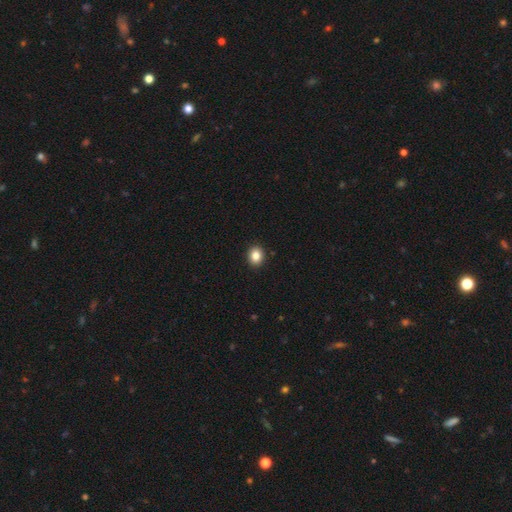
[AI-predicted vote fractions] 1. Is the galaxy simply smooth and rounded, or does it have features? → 85% smooth, 10% star or artifact, 5% featured or disk.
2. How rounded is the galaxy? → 65% round, 35% in between, 1% cigar-shaped.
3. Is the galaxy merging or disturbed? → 92% none, 6% minor disturbance, 2% major disturbance, 1% merger.